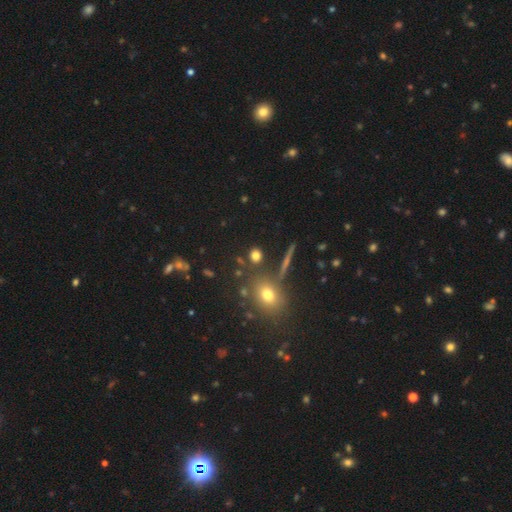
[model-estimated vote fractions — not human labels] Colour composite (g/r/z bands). It shows a smooth galaxy with no disk features (73%) that is round (76%). Merging: none (81%).